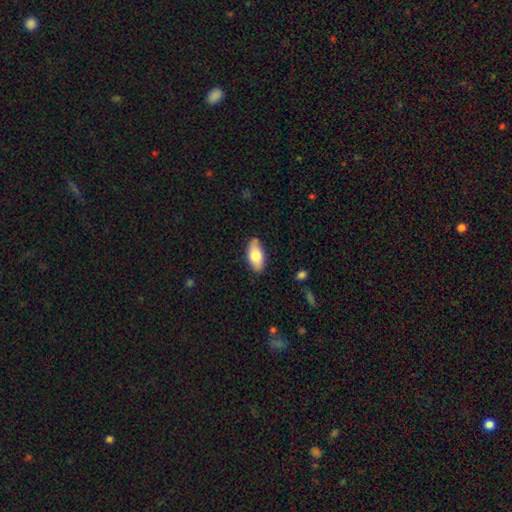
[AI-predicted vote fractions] The model was most divided on "smooth or featured": smooth: 76%, featured or disk: 18%, star or artifact: 6%. More confident: how rounded — in between (91%); merging — none (82%).